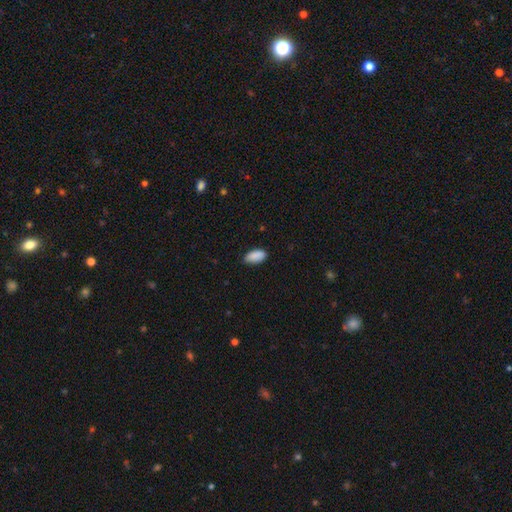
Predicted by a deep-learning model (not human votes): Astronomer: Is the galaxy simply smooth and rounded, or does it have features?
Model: smooth — 90%.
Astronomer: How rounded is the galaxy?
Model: in between — 93%.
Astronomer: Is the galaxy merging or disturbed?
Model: none — 80%.